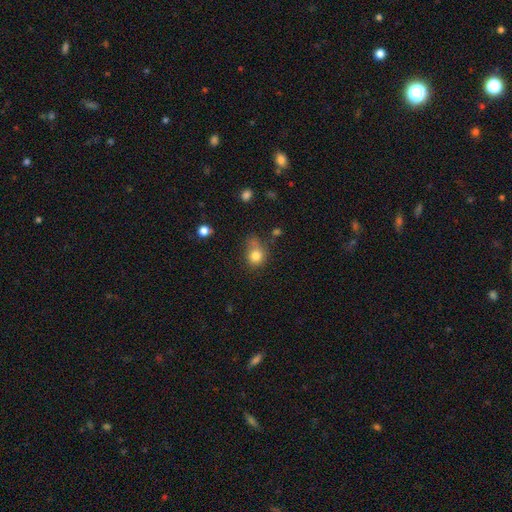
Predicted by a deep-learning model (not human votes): This is clearly a smooth galaxy (81%). How rounded: likely round (65%). Merging: marginally none (45%).